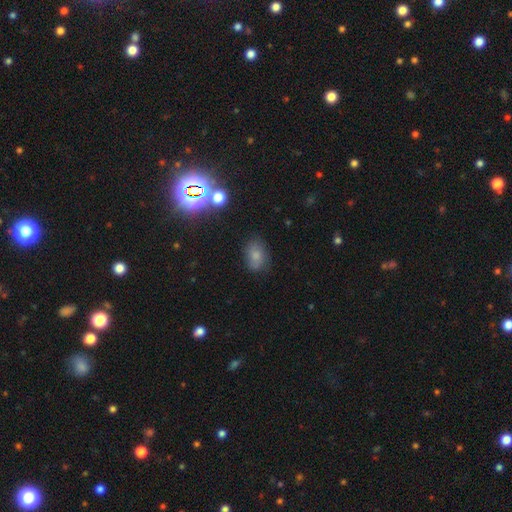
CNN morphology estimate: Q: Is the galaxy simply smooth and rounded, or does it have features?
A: smooth — 73%.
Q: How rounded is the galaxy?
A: in between — 84%.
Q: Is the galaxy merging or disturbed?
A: none — 70%.